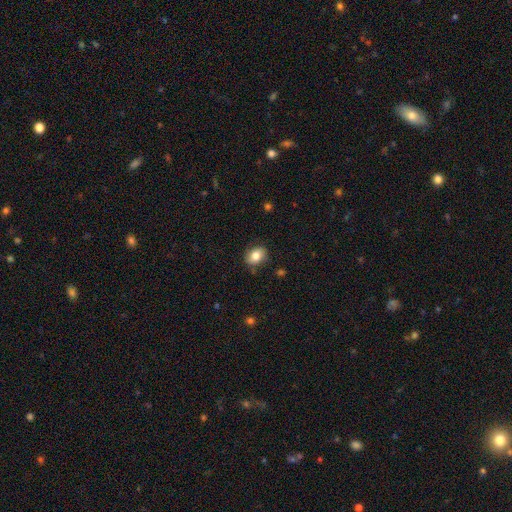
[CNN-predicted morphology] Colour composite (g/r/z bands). It shows a smooth galaxy with no disk features (81%) that is in between round and cigar-shaped (56%). Merging: none (81%).